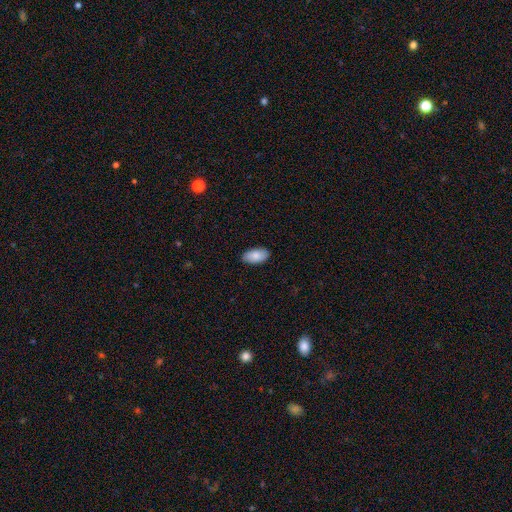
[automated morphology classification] Smooth or featured? Predicted: smooth (p=0.85). How rounded? Predicted: in between (p=0.95). Merging? Predicted: none (p=0.88).